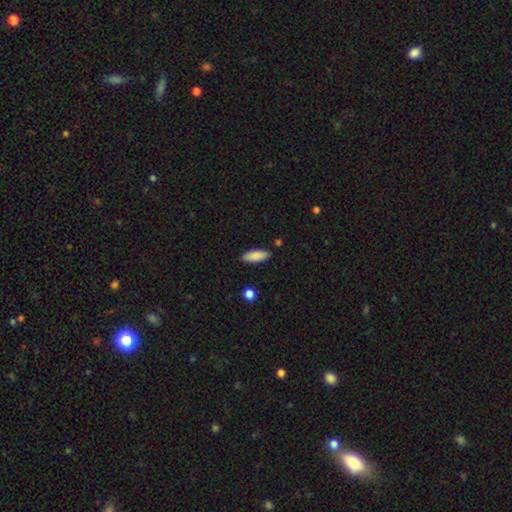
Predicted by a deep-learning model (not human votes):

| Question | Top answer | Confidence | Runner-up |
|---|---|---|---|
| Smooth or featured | smooth | 87% | featured or disk (6%) |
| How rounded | in between | 67% | cigar-shaped (31%) |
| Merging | none | 87% | minor disturbance (9%) |